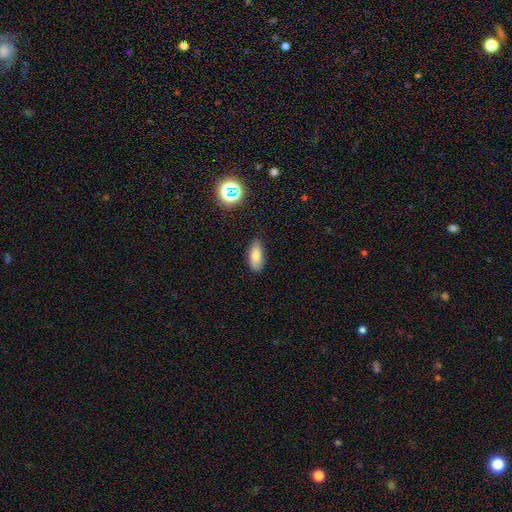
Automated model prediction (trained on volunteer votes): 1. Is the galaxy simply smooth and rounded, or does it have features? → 81% smooth, 10% star or artifact, 10% featured or disk.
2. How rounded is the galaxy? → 83% in between, 14% cigar-shaped, 3% round.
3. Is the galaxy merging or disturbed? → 80% none, 15% minor disturbance, 3% major disturbance, 2% merger.